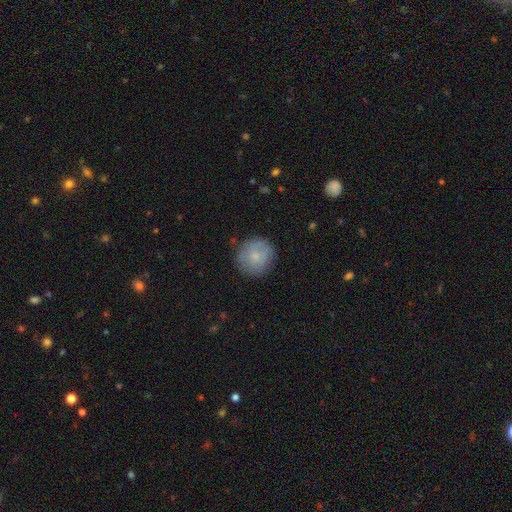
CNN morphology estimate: Q: Smooth or featured?
A: smooth (74%); runner-up: featured or disk (19%)
Q: How rounded?
A: round (93%); runner-up: in between (6%)
Q: Merging?
A: none (84%); runner-up: minor disturbance (12%)